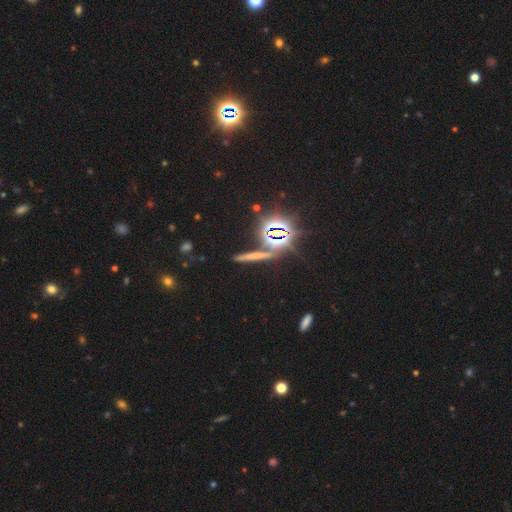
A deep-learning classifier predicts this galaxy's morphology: This is marginally a star or artifact rather than a galaxy (42%).